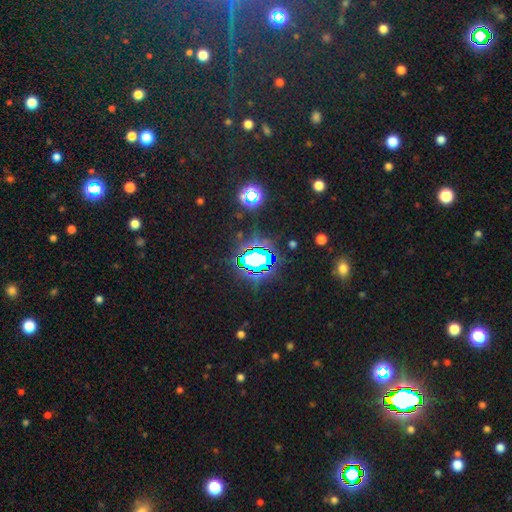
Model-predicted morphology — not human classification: Smooth or featured? star or artifact (75%)